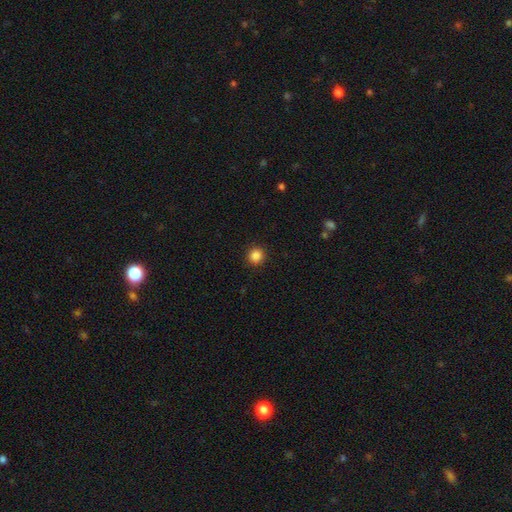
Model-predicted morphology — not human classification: smooth_or_featured: smooth (p=0.86) [alt: star or artifact p=0.11]
how_rounded: round (p=0.92) [alt: in between p=0.07]
merging: none (p=0.91) [alt: minor disturbance p=0.06]